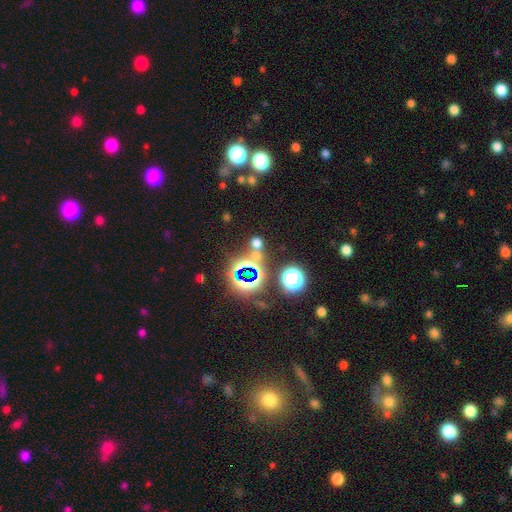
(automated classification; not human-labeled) Smooth or featured?
  - star or artifact: 49% *
  - smooth: 42%
  - featured or disk: 9%